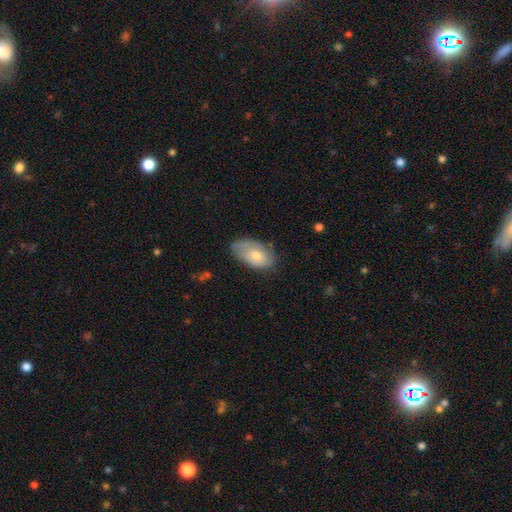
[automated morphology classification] Smooth or featured: smooth — 62% (featured or disk — 31%)
How rounded: in between — 92% (round — 6%)
Merging: none — 54% (minor disturbance — 33%)